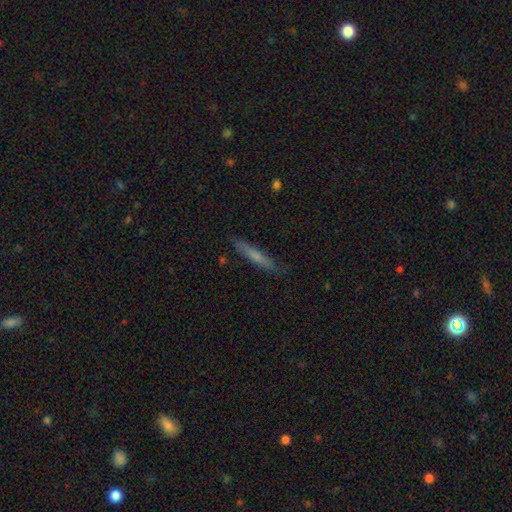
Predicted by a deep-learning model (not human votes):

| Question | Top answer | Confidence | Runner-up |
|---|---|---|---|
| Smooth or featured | smooth | 61% | featured or disk (33%) |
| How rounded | cigar-shaped | 94% | in between (4%) |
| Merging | none | 86% | minor disturbance (10%) |